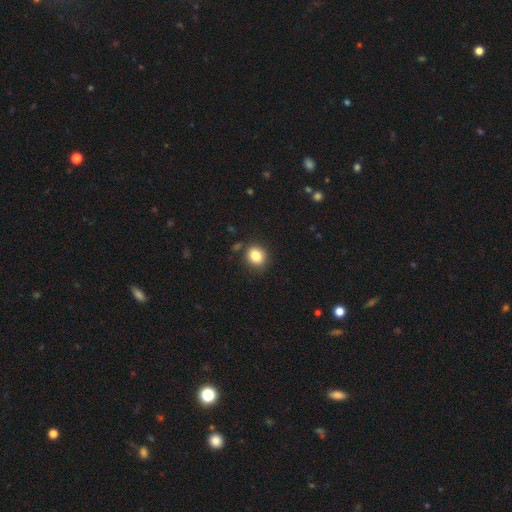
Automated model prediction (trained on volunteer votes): Morphology: type=smooth (84%); roundness=round (76%); merging=none (84%).